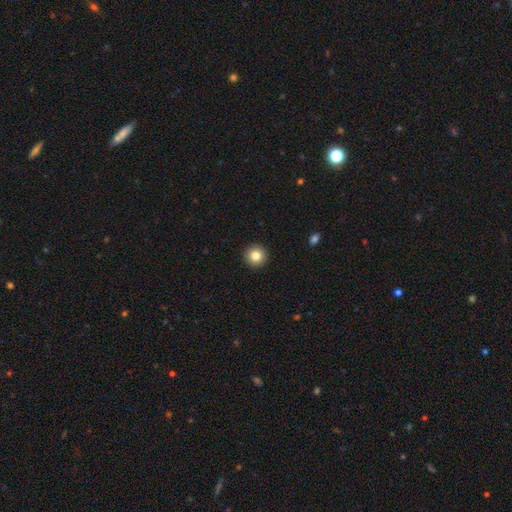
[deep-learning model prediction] Morphology: type=smooth (82%); roundness=round (96%); merging=none (94%).